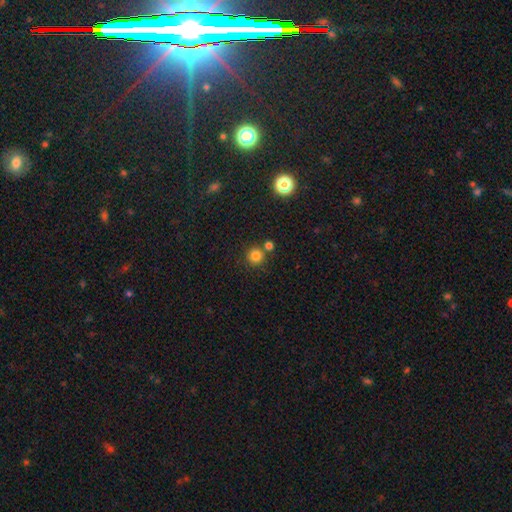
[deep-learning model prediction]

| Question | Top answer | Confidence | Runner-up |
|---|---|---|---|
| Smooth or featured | smooth | 81% | star or artifact (14%) |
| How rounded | round | 94% | in between (5%) |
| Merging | none | 75% | merger (15%) |